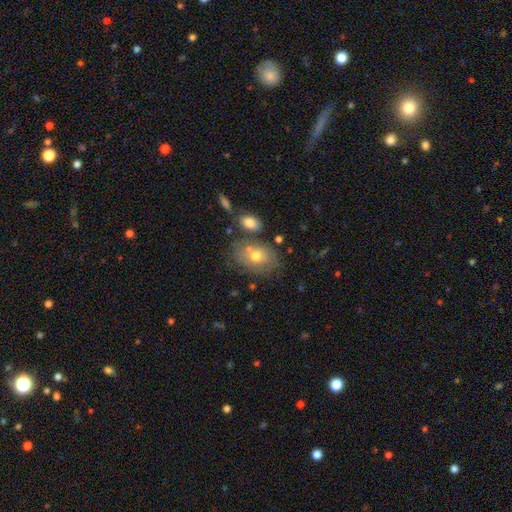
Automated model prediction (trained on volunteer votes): Smooth or featured? smooth (57%)
How rounded? in between (75%)
Merging? none (56%)